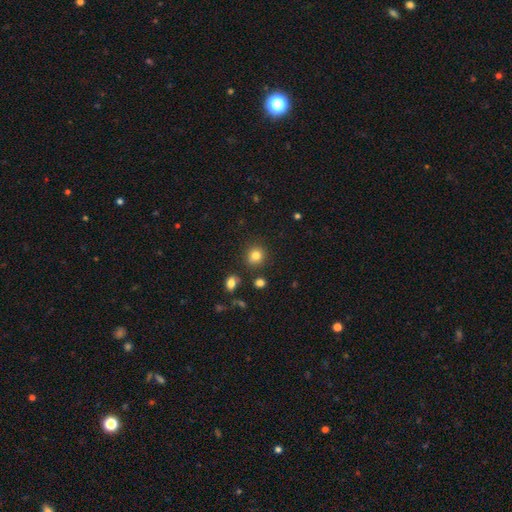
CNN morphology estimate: Smooth or featured? smooth (82%)
How rounded? round (86%)
Merging? none (86%)